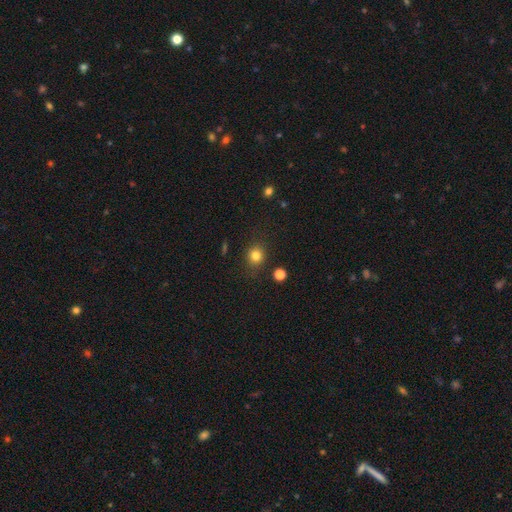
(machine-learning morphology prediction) This appears to be a smooth galaxy with no disk features (81%) that is round (82%). Merging: none (86%).